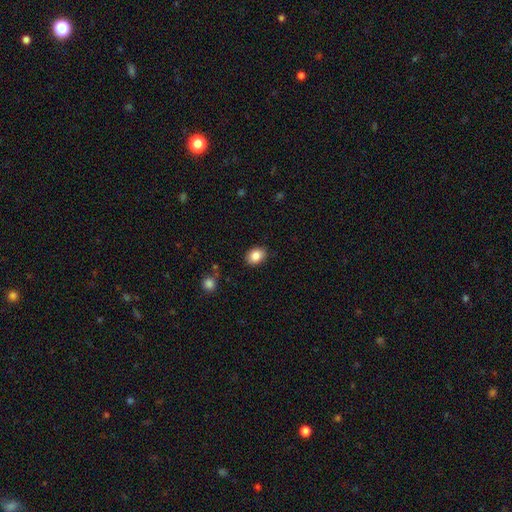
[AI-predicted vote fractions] smooth 86%, star or artifact 9%, featured or disk 5%. Down the decision tree: how rounded — in between (58%); merging — none (86%).